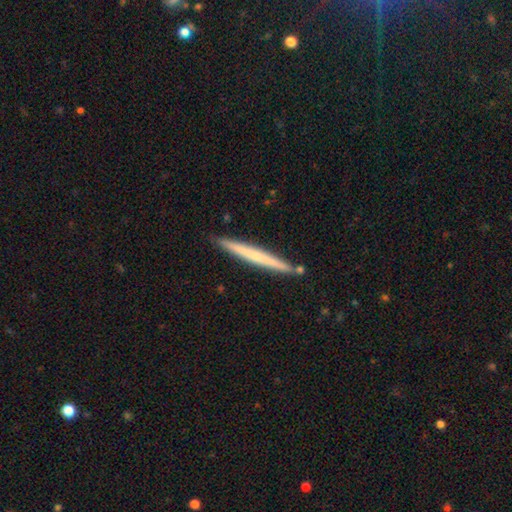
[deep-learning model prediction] Morphology: type=smooth (50%); roundness=cigar-shaped (97%); merging=none (90%).